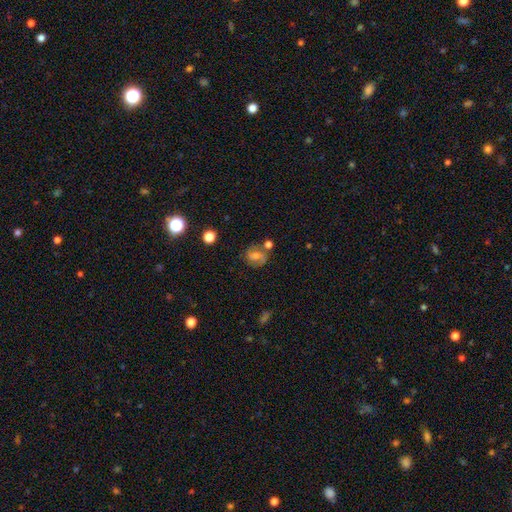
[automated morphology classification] featured or disk 53%, smooth 32%, star or artifact 15%. Down the decision tree: edge-on disk — no (96%); bar — weak (47%); spiral arms — yes (81%); bulge size — moderate (49%); merging — none (68%).